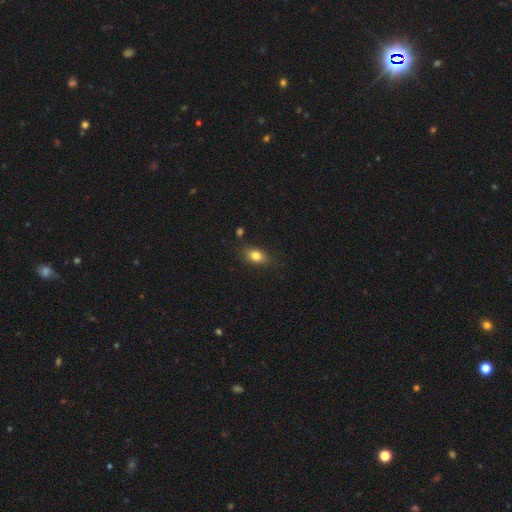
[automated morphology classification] Smooth or featured?
  - smooth: 80% *
  - featured or disk: 10%
  - star or artifact: 10%
How rounded?
  - in between: 76% *
  - round: 20%
  - cigar-shaped: 4%
Merging?
  - none: 78% *
  - minor disturbance: 16%
  - major disturbance: 4%
  - merger: 3%